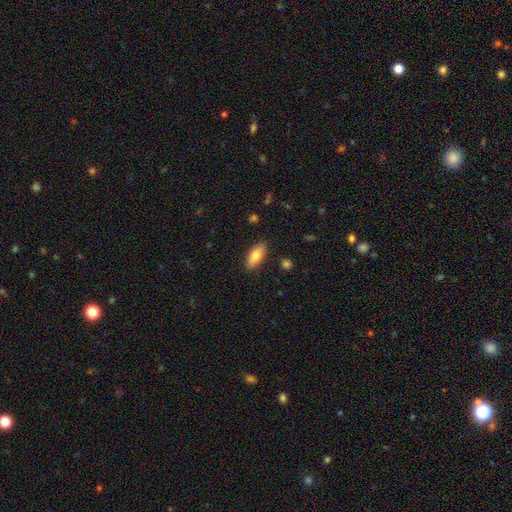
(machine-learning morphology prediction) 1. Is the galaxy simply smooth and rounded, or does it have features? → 80% smooth, 14% featured or disk, 7% star or artifact.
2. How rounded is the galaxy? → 84% in between, 13% cigar-shaped, 3% round.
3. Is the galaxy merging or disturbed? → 87% none, 10% minor disturbance, 2% major disturbance, 1% merger.